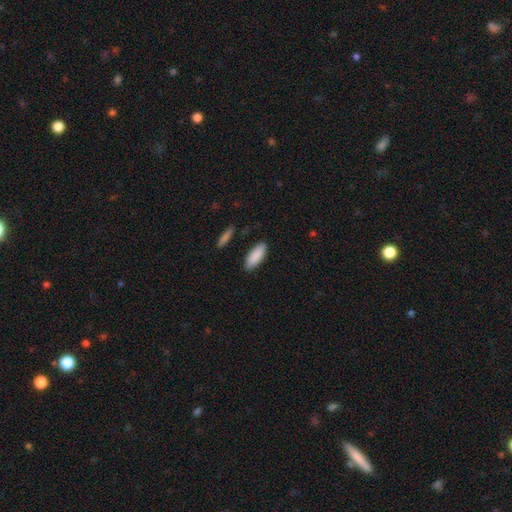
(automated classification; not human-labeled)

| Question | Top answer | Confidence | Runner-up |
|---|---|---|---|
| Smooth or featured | smooth | 89% | star or artifact (6%) |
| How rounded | in between | 74% | cigar-shaped (24%) |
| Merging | none | 87% | minor disturbance (9%) |